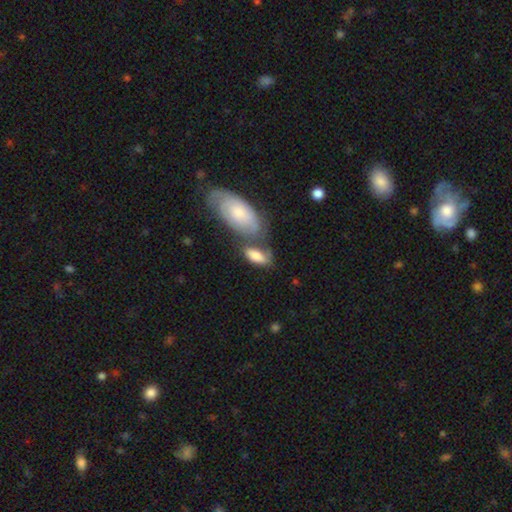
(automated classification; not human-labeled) This appears to be a smooth galaxy with no disk features (69%) that is in between round and cigar-shaped (87%). Merging: none (38%).